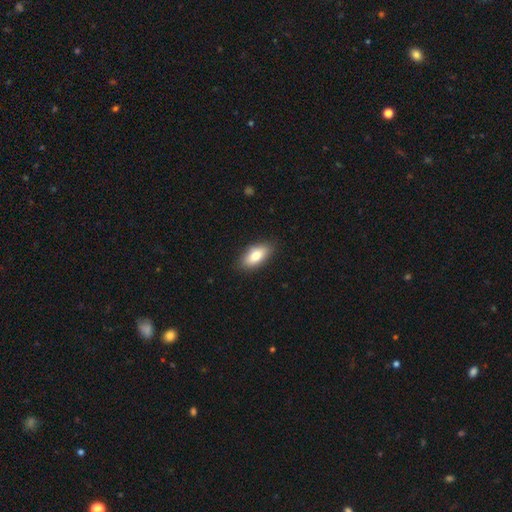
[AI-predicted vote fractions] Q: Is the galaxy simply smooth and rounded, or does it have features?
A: smooth — 80%.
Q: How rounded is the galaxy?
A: in between — 89%.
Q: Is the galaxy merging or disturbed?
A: none — 87%.